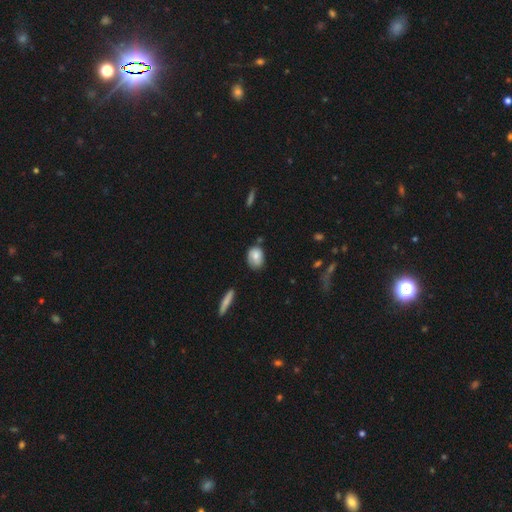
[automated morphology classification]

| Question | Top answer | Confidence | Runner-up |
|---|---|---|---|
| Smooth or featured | smooth | 74% | featured or disk (18%) |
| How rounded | in between | 68% | round (30%) |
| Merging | none | 61% | minor disturbance (28%) |